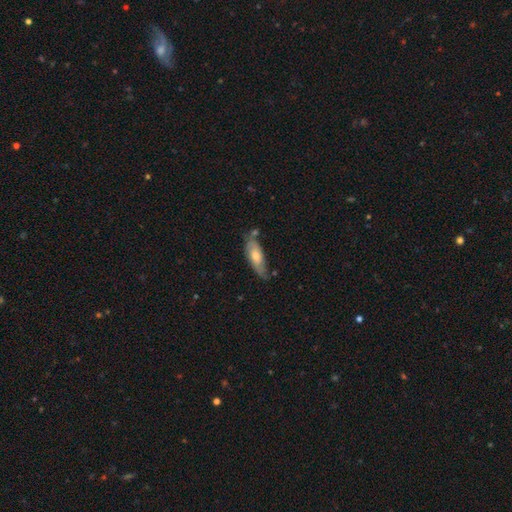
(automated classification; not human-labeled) This is possibly a smooth galaxy (52%). How rounded: likely in between (68%). Merging: possibly none (55%).